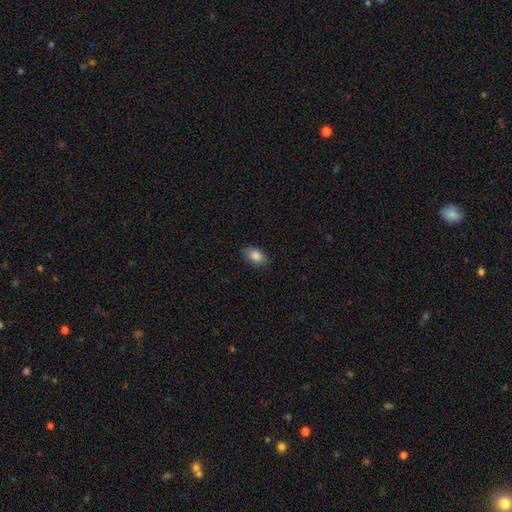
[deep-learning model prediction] Smooth or featured: smooth — 85% (star or artifact — 8%)
How rounded: in between — 90% (round — 8%)
Merging: none — 84% (minor disturbance — 13%)